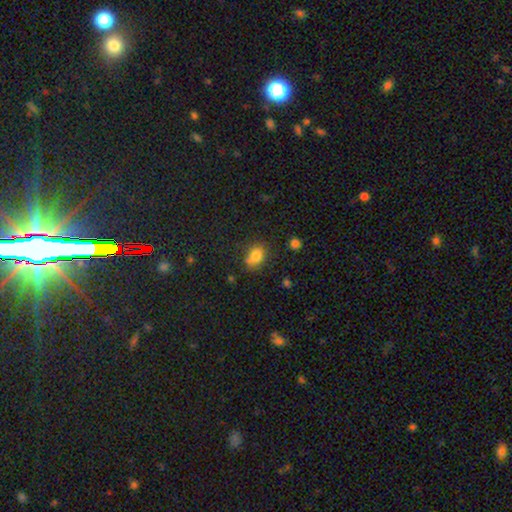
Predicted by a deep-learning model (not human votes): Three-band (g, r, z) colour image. It shows a smooth galaxy with no disk features (79%) that is in between round and cigar-shaped (63%). Merging: none (62%).